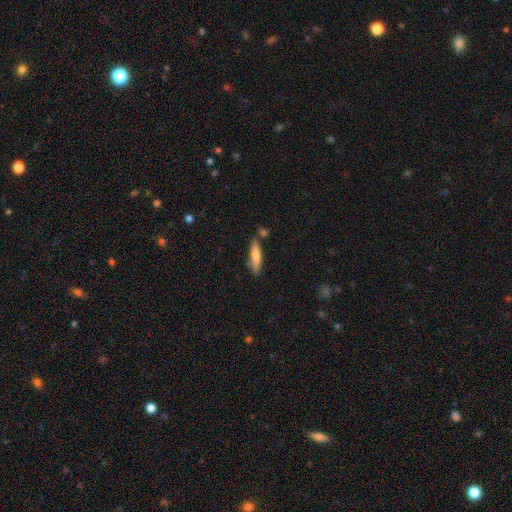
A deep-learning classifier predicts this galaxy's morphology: Q: Smooth or featured?
A: smooth (76%); runner-up: featured or disk (18%)
Q: How rounded?
A: cigar-shaped (80%); runner-up: in between (18%)
Q: Merging?
A: none (76%); runner-up: minor disturbance (14%)